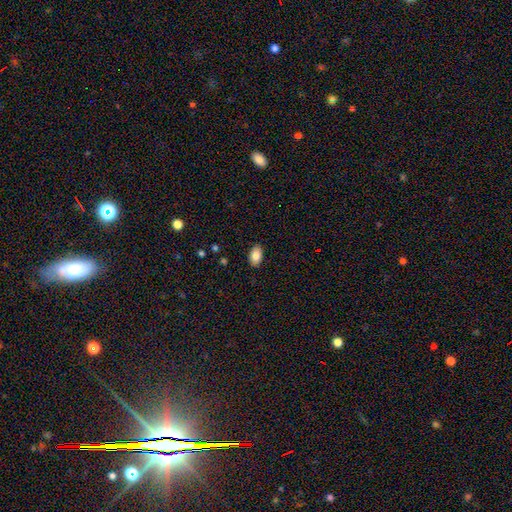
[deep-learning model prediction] smooth 85%, featured or disk 8%, star or artifact 7%. Down the decision tree: how rounded — in between (92%); merging — none (89%).